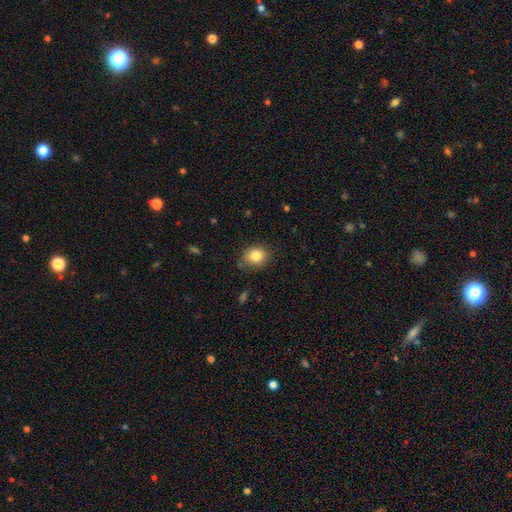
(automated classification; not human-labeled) Morphology: type=smooth (82%); roundness=round (64%); merging=none (80%).